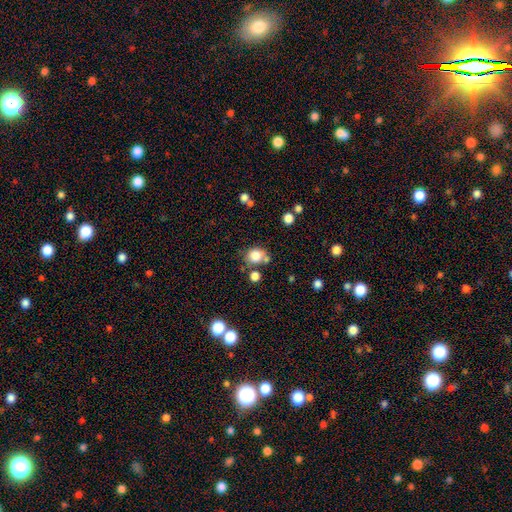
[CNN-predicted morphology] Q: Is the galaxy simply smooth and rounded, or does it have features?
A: smooth — 81%.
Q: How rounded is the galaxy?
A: round — 72%.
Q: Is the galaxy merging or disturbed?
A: none — 61%.